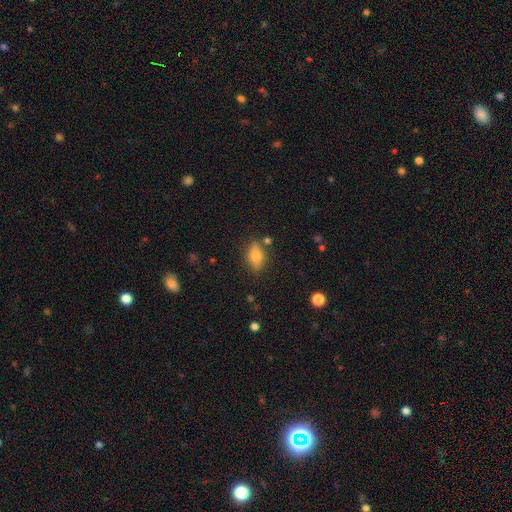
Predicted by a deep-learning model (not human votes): smooth 75%, featured or disk 16%, star or artifact 9%. Down the decision tree: how rounded — in between (83%); merging — none (76%).